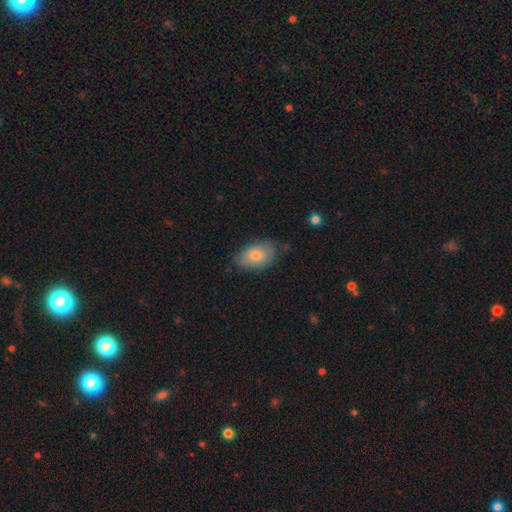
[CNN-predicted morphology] Smooth or featured? smooth (78%)
How rounded? in between (90%)
Merging? none (69%)